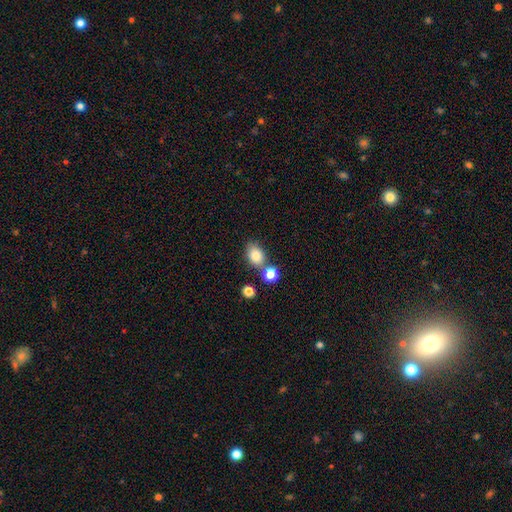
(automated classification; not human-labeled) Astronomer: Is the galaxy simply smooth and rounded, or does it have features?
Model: smooth — 83%.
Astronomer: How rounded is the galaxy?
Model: in between — 69%.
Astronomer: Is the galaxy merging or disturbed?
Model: none — 64%.